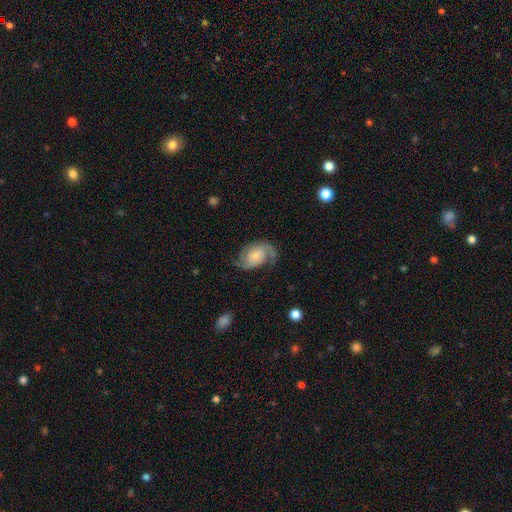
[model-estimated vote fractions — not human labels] Smooth or featured? Predicted: featured or disk (p=0.80). Edge-on disk? Predicted: no (p=0.98). Bar? Predicted: no (p=0.70). Spiral arms? Predicted: yes (p=0.96). Spiral winding? Predicted: medium (p=0.47). Spiral arm count? Predicted: 2 (p=0.85). Bulge size? Predicted: small (p=0.37). Merging? Predicted: none (p=0.67).